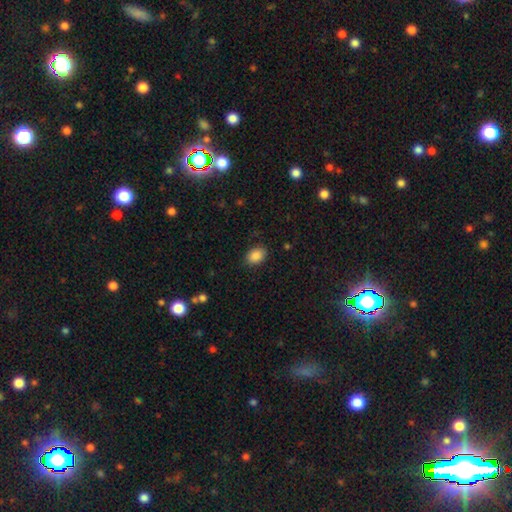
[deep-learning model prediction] smooth-or-featured: smooth: 88% | star or artifact: 8% | featured or disk: 4%
  how-rounded: in between: 72% | round: 27% | cigar-shaped: 1%
  merging: none: 86% | minor disturbance: 10% | major disturbance: 3% | merger: 1%